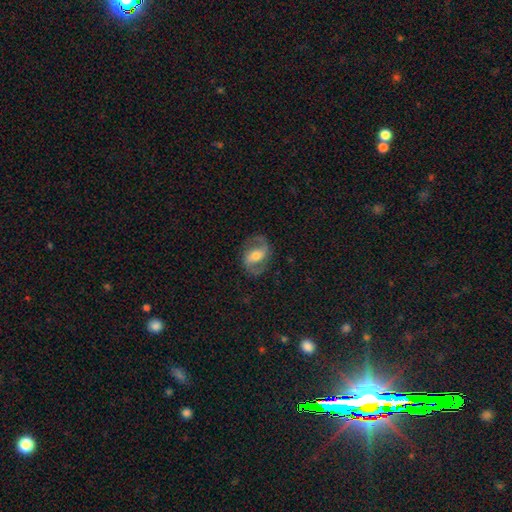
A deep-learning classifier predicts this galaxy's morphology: Smooth or featured: featured or disk — 81% (smooth — 13%)
Edge-on disk: no — 97% (yes — 3%)
Bar: weak — 43% (strong — 34%)
Spiral arms: yes — 94% (no — 6%)
Spiral winding: medium — 53% (loose — 29%)
Spiral arm count: 2 — 92% (can't tell — 3%)
Bulge size: moderate — 61% (small — 23%)
Merging: none — 81% (minor disturbance — 12%)